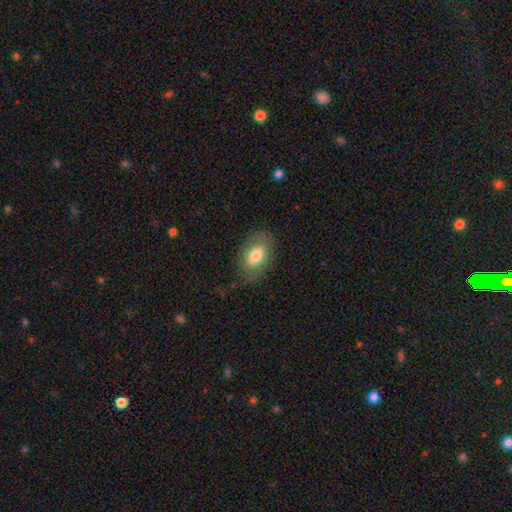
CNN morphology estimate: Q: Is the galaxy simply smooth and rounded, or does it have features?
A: smooth — 72%.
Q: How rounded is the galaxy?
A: in between — 89%.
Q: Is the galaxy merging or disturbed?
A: none — 77%.